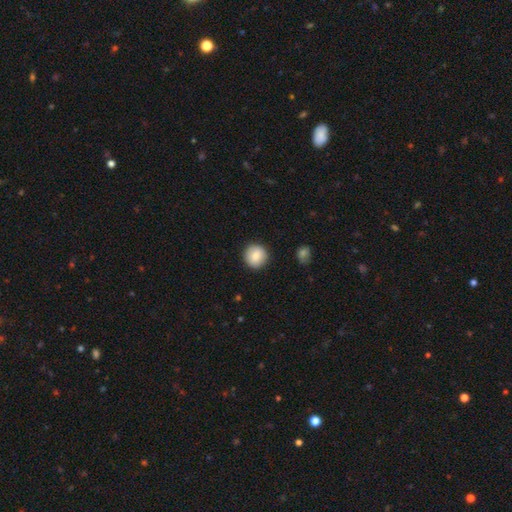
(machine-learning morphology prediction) smooth 84%, featured or disk 8%, star or artifact 7%. Down the decision tree: how rounded — round (94%); merging — none (92%).